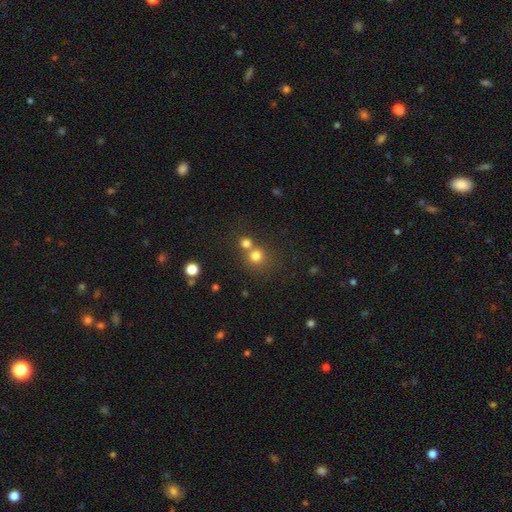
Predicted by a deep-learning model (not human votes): Smooth or featured?
  - smooth: 75% *
  - star or artifact: 16%
  - featured or disk: 9%
How rounded?
  - round: 88% *
  - in between: 11%
  - cigar-shaped: 1%
Merging?
  - none: 52% *
  - merger: 39%
  - minor disturbance: 6%
  - major disturbance: 3%